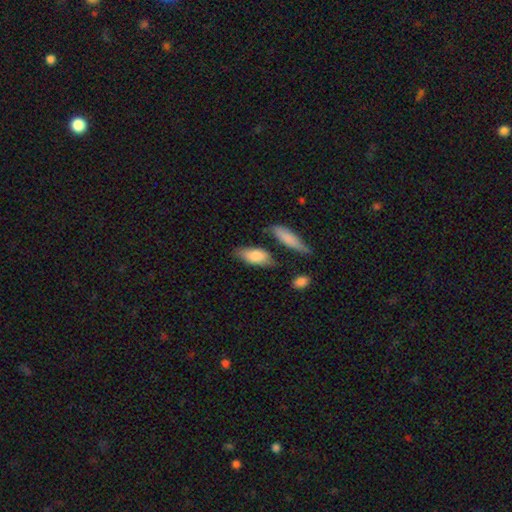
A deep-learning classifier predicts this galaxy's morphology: smooth_or_featured: smooth (p=0.79) [alt: featured or disk p=0.15]
how_rounded: in between (p=0.79) [alt: cigar-shaped p=0.18]
merging: none (p=0.69) [alt: minor disturbance p=0.18]